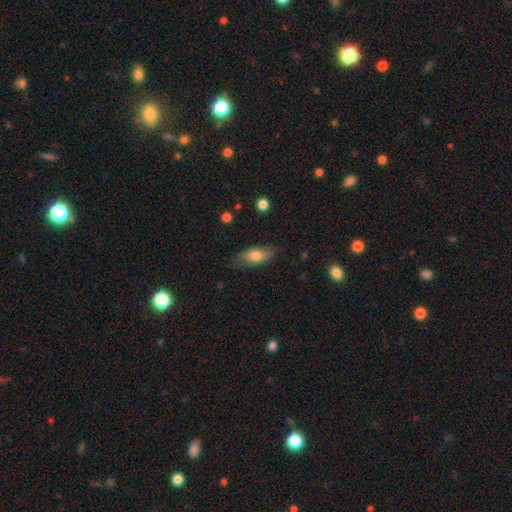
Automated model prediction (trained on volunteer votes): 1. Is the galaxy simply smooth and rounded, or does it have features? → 70% smooth, 23% featured or disk, 7% star or artifact.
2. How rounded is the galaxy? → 80% in between, 16% cigar-shaped, 4% round.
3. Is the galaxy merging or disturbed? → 71% none, 21% minor disturbance, 6% major disturbance, 1% merger.